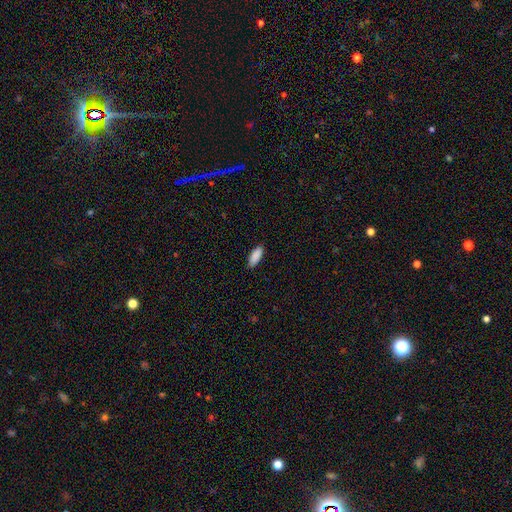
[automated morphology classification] A smooth galaxy with no disk features (90%) that is in between round and cigar-shaped (73%).

Vote fractions:
- Smooth or featured? smooth: 90% / star or artifact: 6% / featured or disk: 4%
- How rounded? in between: 73% / cigar-shaped: 25% / round: 2%
- Merging? none: 87% / minor disturbance: 10% / major disturbance: 2% / merger: 1%